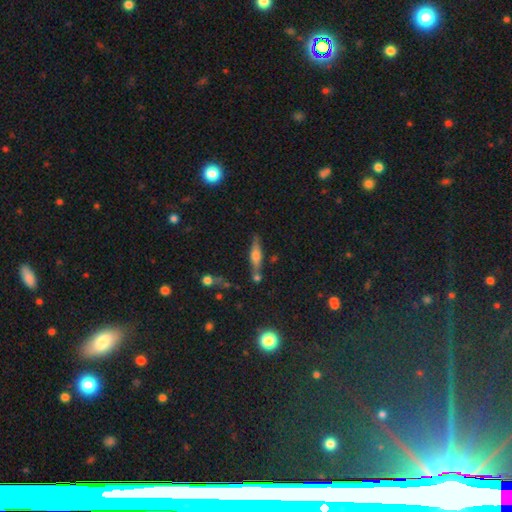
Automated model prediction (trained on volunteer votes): smooth-or-featured: featured or disk: 47% | smooth: 43% | star or artifact: 10%
  merging: none: 70% | minor disturbance: 14% | merger: 11% | major disturbance: 5%